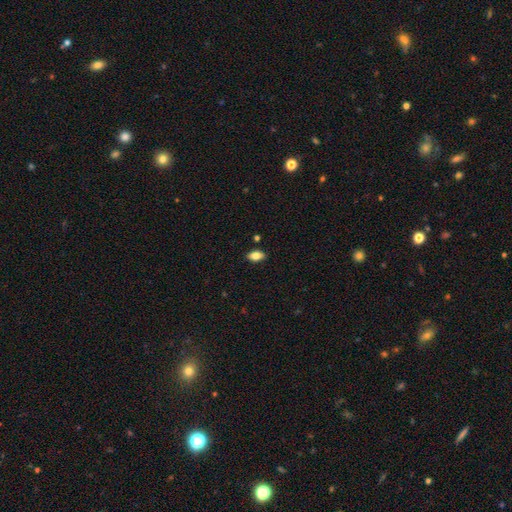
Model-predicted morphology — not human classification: smooth_or_featured: smooth (p=0.83) [alt: featured or disk p=0.09]
how_rounded: in between (p=0.90) [alt: round p=0.06]
merging: none (p=0.87) [alt: minor disturbance p=0.09]